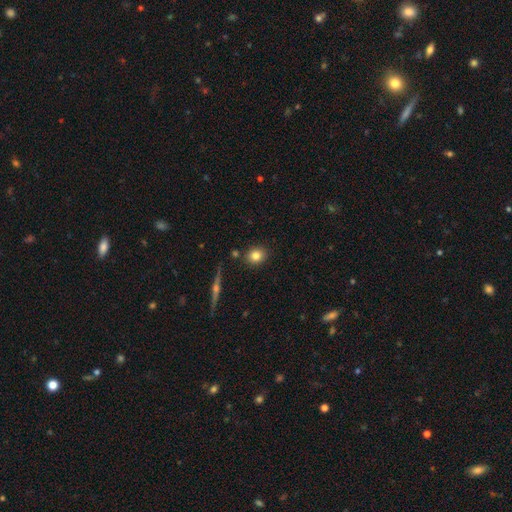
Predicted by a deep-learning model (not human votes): Smooth or featured: smooth — 81% (featured or disk — 10%)
How rounded: round — 73% (in between — 26%)
Merging: none — 84% (minor disturbance — 8%)